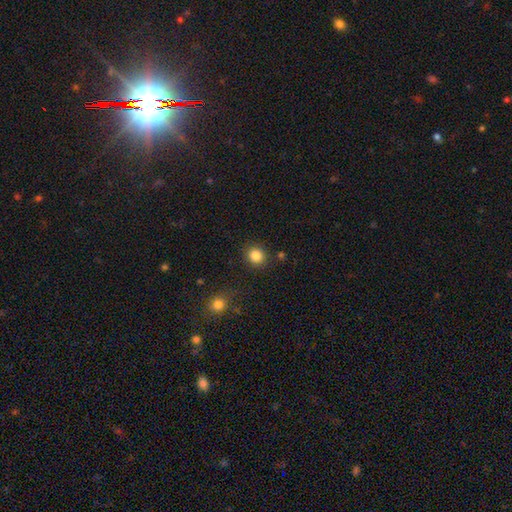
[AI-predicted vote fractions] A smooth galaxy with no disk features (86%) that is round (80%). Merging: none (87%).